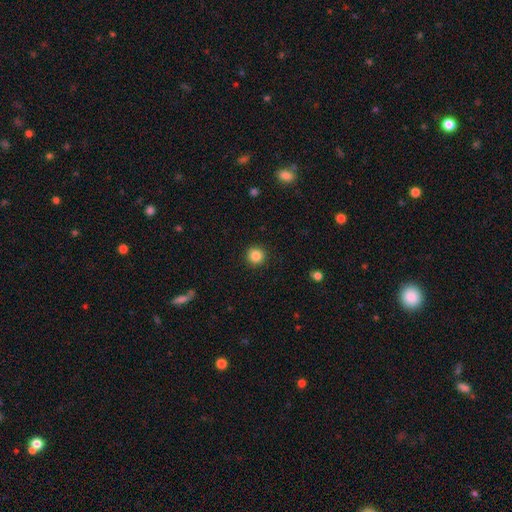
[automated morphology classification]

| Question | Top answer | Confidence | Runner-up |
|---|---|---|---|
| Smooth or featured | smooth | 85% | star or artifact (10%) |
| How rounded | round | 95% | in between (4%) |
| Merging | none | 92% | minor disturbance (5%) |